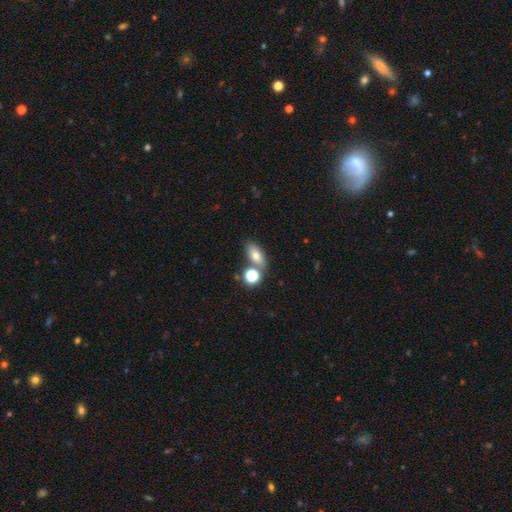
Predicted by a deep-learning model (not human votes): Q: Smooth or featured?
A: smooth (74%); runner-up: featured or disk (13%)
Q: How rounded?
A: in between (76%); runner-up: round (15%)
Q: Merging?
A: none (62%); runner-up: merger (22%)